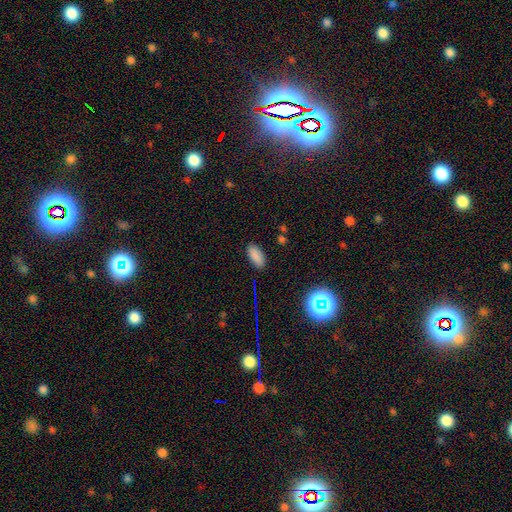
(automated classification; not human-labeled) Smooth or featured? Predicted: smooth (p=0.85). How rounded? Predicted: in between (p=0.89). Merging? Predicted: none (p=0.88).